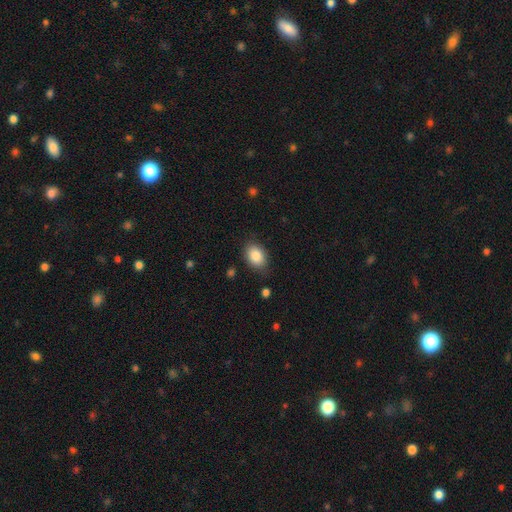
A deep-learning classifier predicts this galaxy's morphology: Smooth or featured: smooth — 86% (star or artifact — 8%)
How rounded: in between — 78% (round — 21%)
Merging: none — 79% (minor disturbance — 16%)